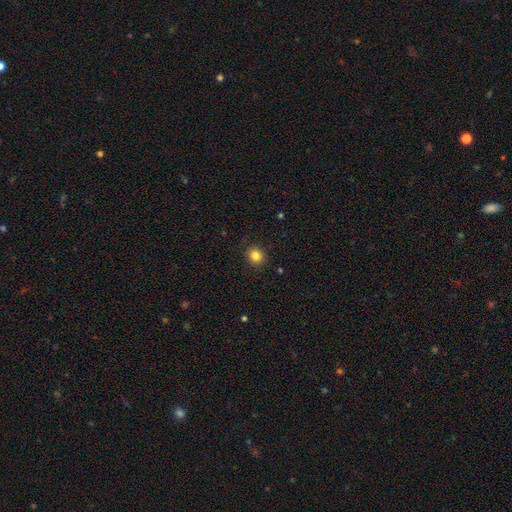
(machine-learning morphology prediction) Q: Smooth or featured?
A: smooth (83%); runner-up: star or artifact (12%)
Q: How rounded?
A: round (87%); runner-up: in between (12%)
Q: Merging?
A: none (89%); runner-up: minor disturbance (8%)